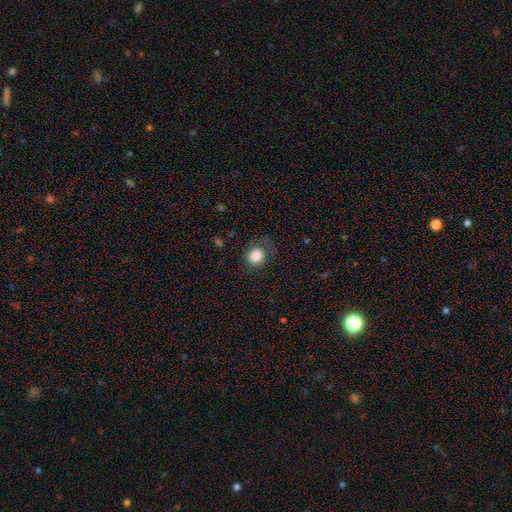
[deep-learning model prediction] smooth-or-featured: smooth: 85% | star or artifact: 9% | featured or disk: 6%
  how-rounded: round: 73% | in between: 27% | cigar-shaped: 1%
  merging: none: 68% | minor disturbance: 19% | major disturbance: 11% | merger: 1%